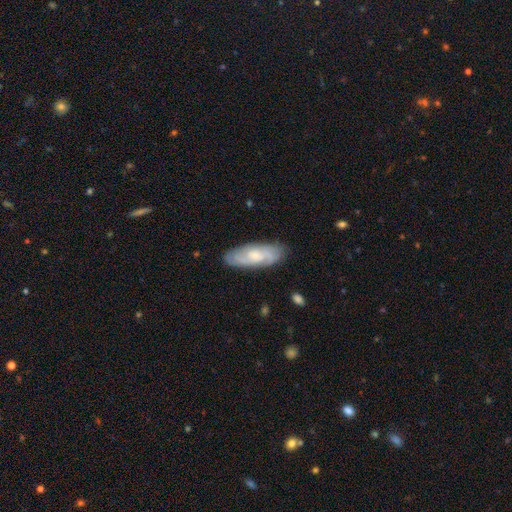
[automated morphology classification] smooth-or-featured: featured or disk: 62% | smooth: 32% | star or artifact: 6%
  disk-edge-on: no: 88% | yes: 12%
    bar: no: 62% | weak: 33% | strong: 5%
    has-spiral-arms: yes: 89% | no: 11%
    bulge-size: small: 52% | moderate: 37% | none: 7% | large: 3% | dominant: 1%
  merging: none: 81% | minor disturbance: 15% | major disturbance: 3% | merger: 1%